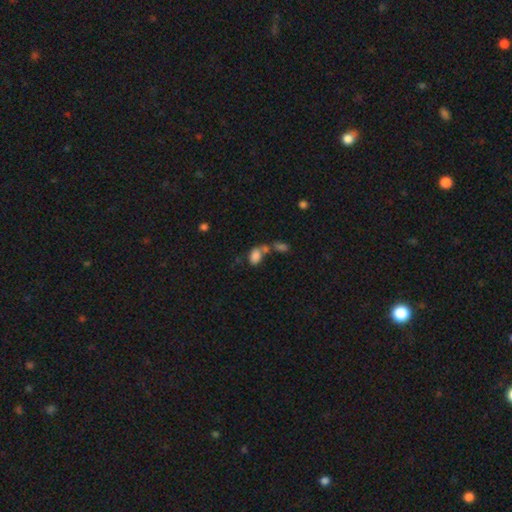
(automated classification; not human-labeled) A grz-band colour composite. It shows a smooth galaxy with no disk features (81%) that is in between round and cigar-shaped (86%). Merging: merger (48%).